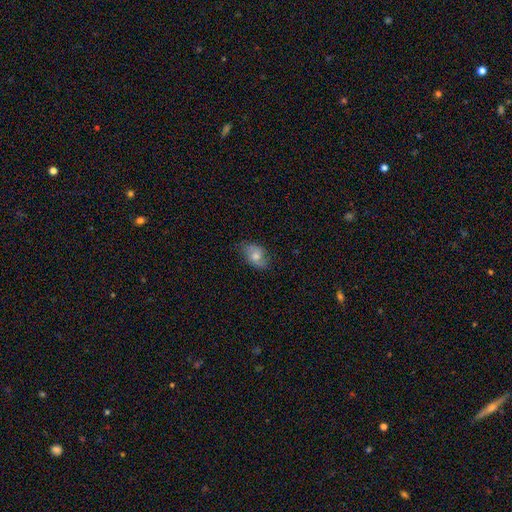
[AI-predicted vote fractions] Smooth or featured?
  - smooth: 57% *
  - featured or disk: 32%
  - star or artifact: 10%
How rounded?
  - in between: 81% *
  - round: 17%
  - cigar-shaped: 2%
Merging?
  - none: 73% *
  - minor disturbance: 20%
  - major disturbance: 5%
  - merger: 1%